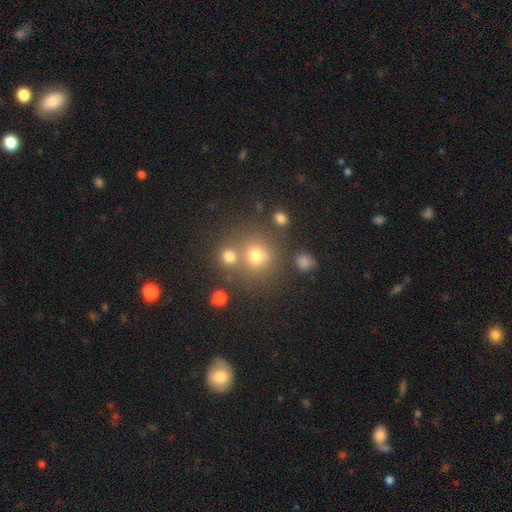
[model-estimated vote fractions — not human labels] This is likely a smooth galaxy (67%). How rounded: clearly round (87%). Merging: likely none (62%).